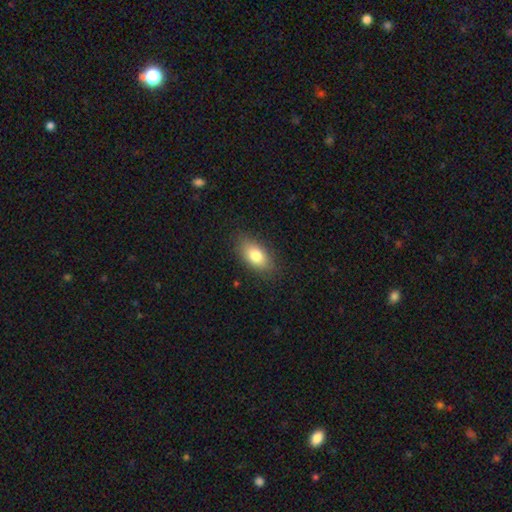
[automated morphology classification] Smooth or featured: smooth — 79% (featured or disk — 13%)
How rounded: in between — 89% (round — 7%)
Merging: none — 84% (minor disturbance — 12%)